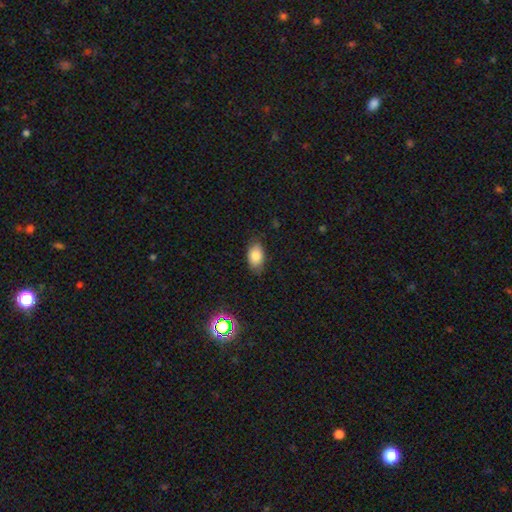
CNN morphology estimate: Smooth or featured?
  - smooth: 81% *
  - featured or disk: 10%
  - star or artifact: 9%
How rounded?
  - in between: 90% *
  - round: 9%
  - cigar-shaped: 2%
Merging?
  - none: 79% *
  - minor disturbance: 17%
  - major disturbance: 3%
  - merger: 1%